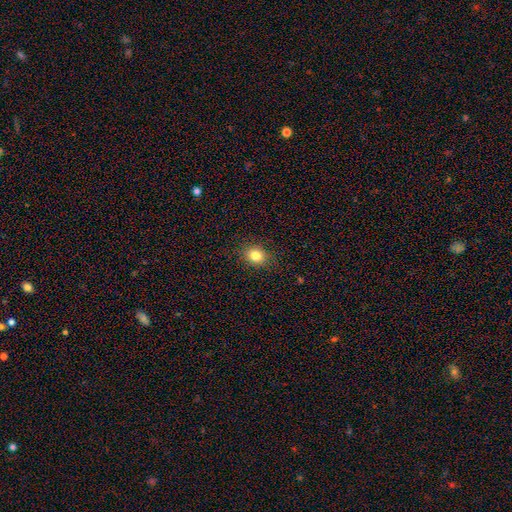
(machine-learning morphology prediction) smooth_or_featured: smooth (p=0.81) [alt: star or artifact p=0.12]
how_rounded: round (p=0.59) [alt: in between p=0.40]
merging: none (p=0.88) [alt: minor disturbance p=0.09]